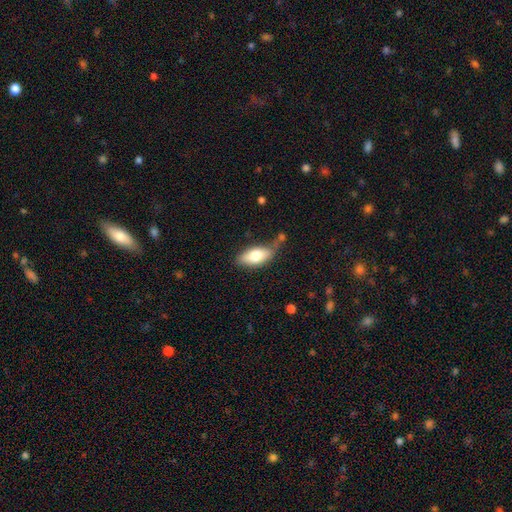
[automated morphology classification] smooth-or-featured: smooth: 74% | featured or disk: 19% | star or artifact: 7%
  how-rounded: in between: 88% | cigar-shaped: 10% | round: 3%
  merging: none: 61% | minor disturbance: 23% | merger: 9% | major disturbance: 7%